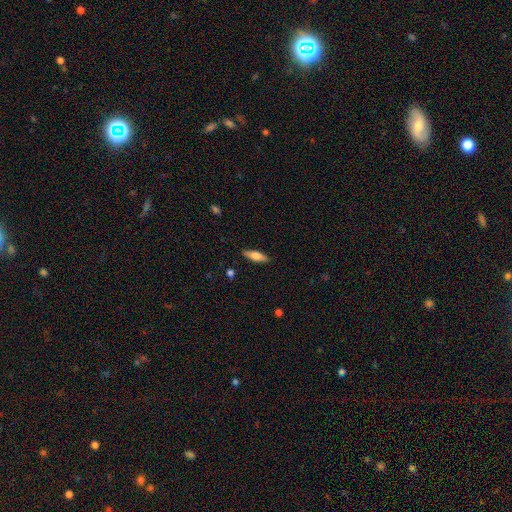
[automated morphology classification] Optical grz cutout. It shows a smooth galaxy with no disk features (64%) that is cigar-shaped (51%). Merging: none (87%).